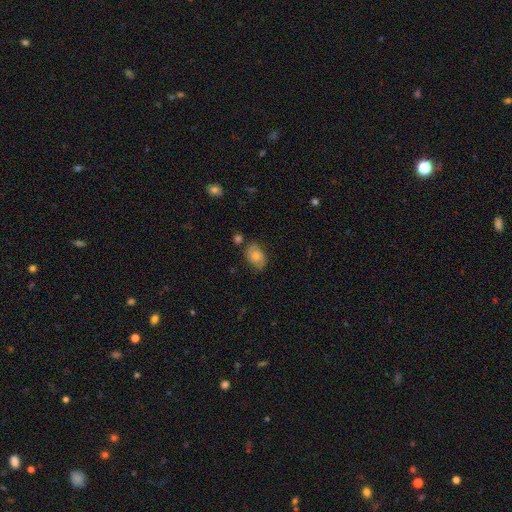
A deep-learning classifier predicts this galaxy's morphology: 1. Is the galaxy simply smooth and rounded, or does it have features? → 51% smooth, 36% featured or disk, 12% star or artifact.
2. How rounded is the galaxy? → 79% in between, 19% round, 2% cigar-shaped.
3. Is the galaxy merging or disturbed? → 72% none, 18% minor disturbance, 5% major disturbance, 5% merger.